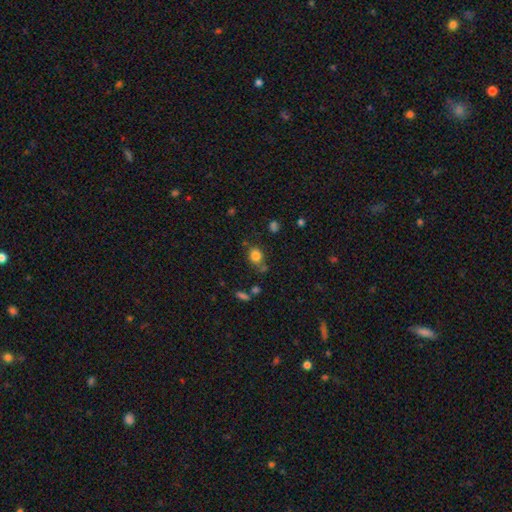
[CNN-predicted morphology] The model was most divided on "how rounded": round: 64%, in between: 35%, cigar-shaped: 1%. More confident: smooth or featured — smooth (81%); merging — none (67%).